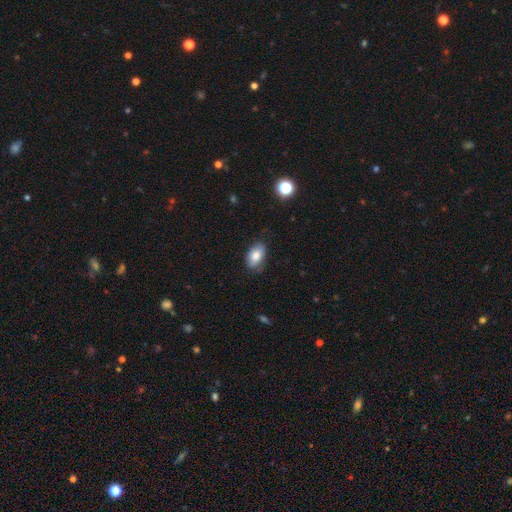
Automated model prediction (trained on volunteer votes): Smooth or featured?
  - smooth: 79% *
  - featured or disk: 14%
  - star or artifact: 8%
How rounded?
  - in between: 92% *
  - round: 7%
  - cigar-shaped: 2%
Merging?
  - none: 77% *
  - minor disturbance: 19%
  - major disturbance: 4%
  - merger: 1%